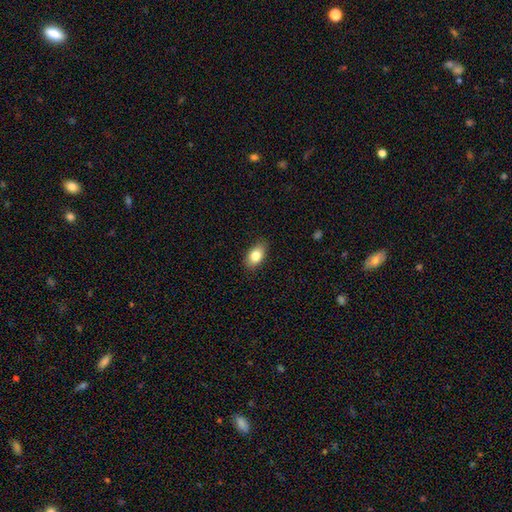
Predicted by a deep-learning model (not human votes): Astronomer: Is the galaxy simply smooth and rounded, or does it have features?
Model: smooth — 82%.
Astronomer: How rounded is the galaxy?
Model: in between — 90%.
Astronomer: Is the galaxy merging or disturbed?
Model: none — 85%.